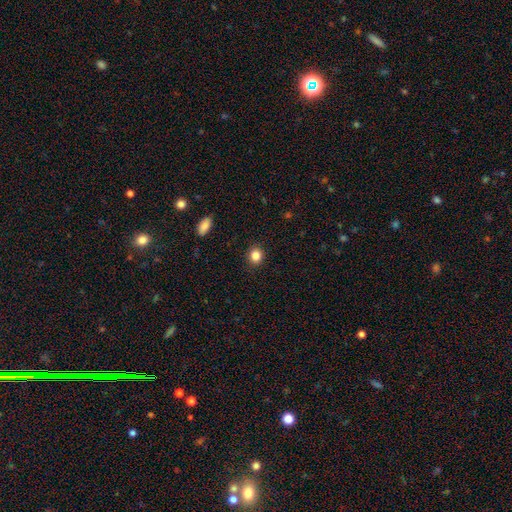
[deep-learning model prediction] smooth 84%, star or artifact 11%, featured or disk 5%. Down the decision tree: how rounded — round (79%); merging — none (91%).